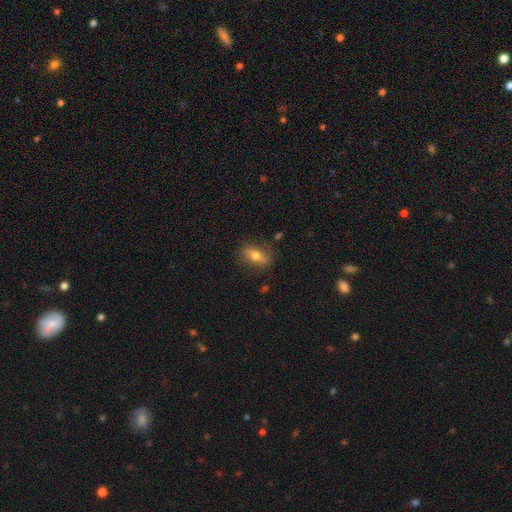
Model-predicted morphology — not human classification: Smooth or featured? Predicted: smooth (p=0.59). How rounded? Predicted: in between (p=0.74). Merging? Predicted: none (p=0.79).